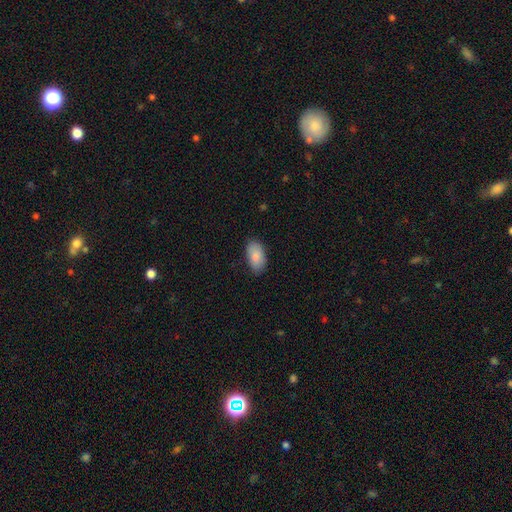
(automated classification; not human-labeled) Smooth or featured? Predicted: smooth (p=0.85). How rounded? Predicted: in between (p=0.94). Merging? Predicted: none (p=0.84).